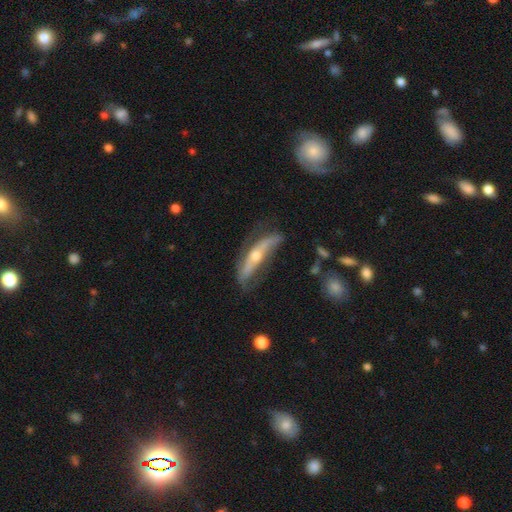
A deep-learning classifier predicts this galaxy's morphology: Smooth or featured?
  - featured or disk: 70% *
  - smooth: 24%
  - star or artifact: 6%
Edge-on disk?
  - yes: 58% *
  - no: 42%
Merging?
  - none: 47% *
  - minor disturbance: 29%
  - major disturbance: 20%
  - merger: 4%